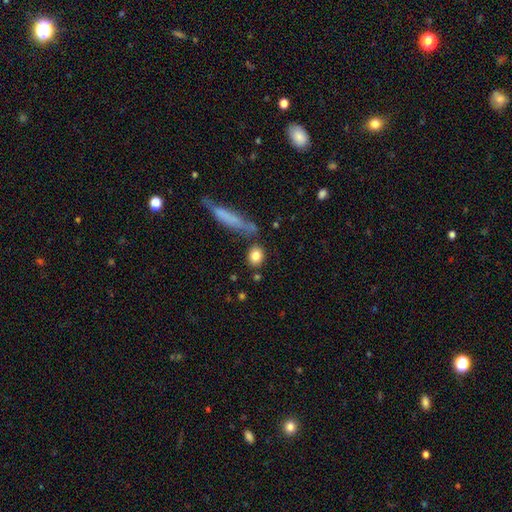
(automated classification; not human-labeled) smooth 82%, featured or disk 10%, star or artifact 8%. Down the decision tree: how rounded — round (48%); merging — none (78%).